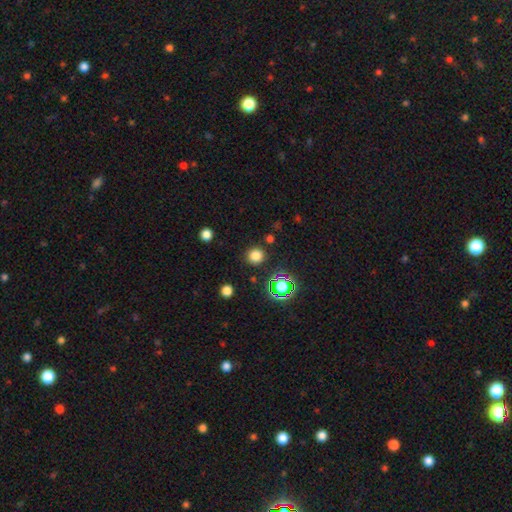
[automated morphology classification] smooth_or_featured: smooth (p=0.76) [alt: star or artifact p=0.19]
how_rounded: round (p=0.92) [alt: in between p=0.07]
merging: none (p=0.88) [alt: minor disturbance p=0.07]